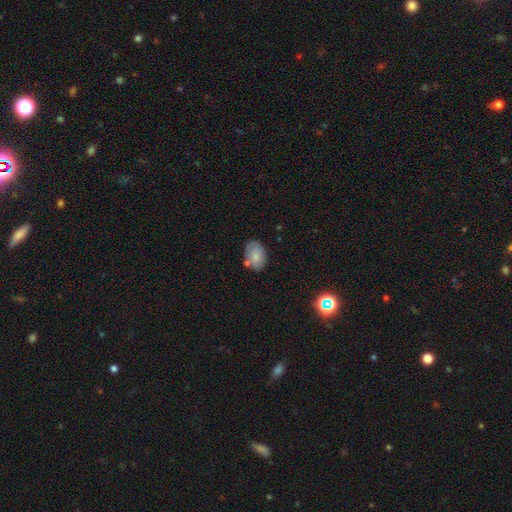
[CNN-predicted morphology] Smooth or featured? smooth (81%)
How rounded? in between (87%)
Merging? none (66%)